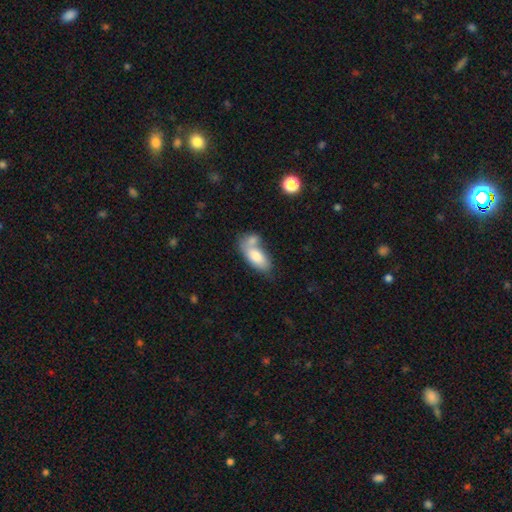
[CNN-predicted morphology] smooth-or-featured: smooth: 76% | featured or disk: 17% | star or artifact: 7%
  how-rounded: in between: 87% | cigar-shaped: 10% | round: 3%
  merging: merger: 46% | none: 32% | minor disturbance: 14% | major disturbance: 7%